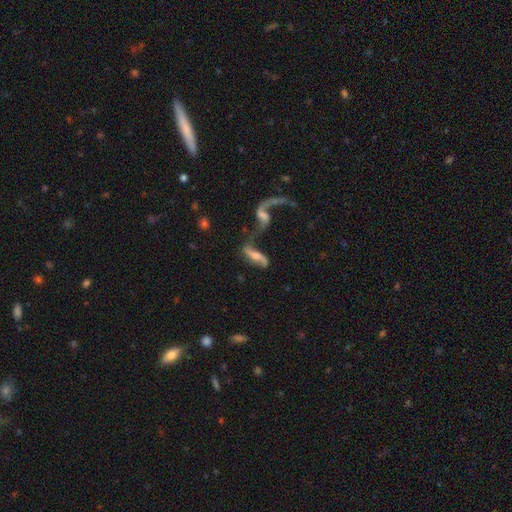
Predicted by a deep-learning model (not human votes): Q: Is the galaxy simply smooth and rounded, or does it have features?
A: featured or disk — 60%.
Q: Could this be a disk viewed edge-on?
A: no — 81%.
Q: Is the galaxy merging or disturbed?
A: merger — 50%.